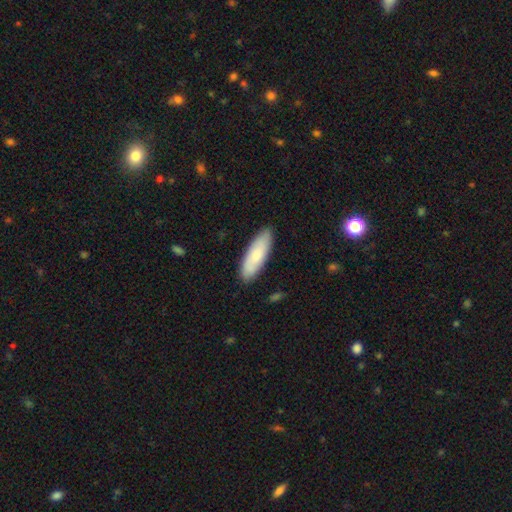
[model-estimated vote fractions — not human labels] Morphology: type=smooth (77%); roundness=in between (58%); merging=none (87%).